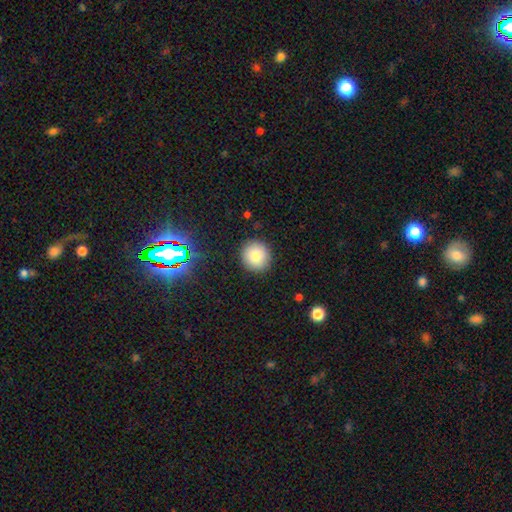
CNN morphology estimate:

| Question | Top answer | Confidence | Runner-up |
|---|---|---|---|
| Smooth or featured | smooth | 82% | star or artifact (11%) |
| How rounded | round | 92% | in between (7%) |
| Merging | none | 90% | minor disturbance (7%) |